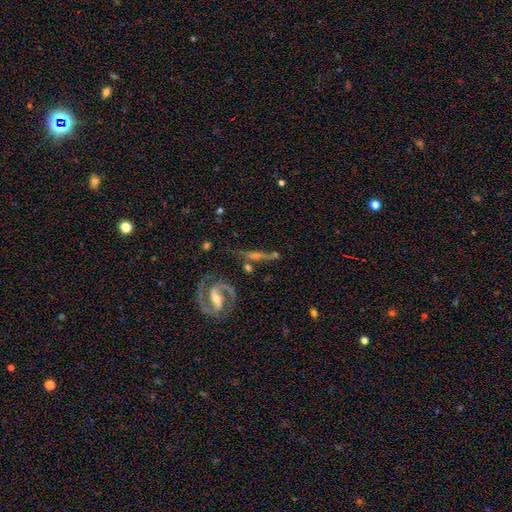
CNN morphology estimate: smooth_or_featured: featured or disk (p=0.78) [alt: smooth p=0.13]
disk_edge_on: no (p=0.57) [alt: yes p=0.43]
merging: none (p=0.66) [alt: minor disturbance p=0.17]